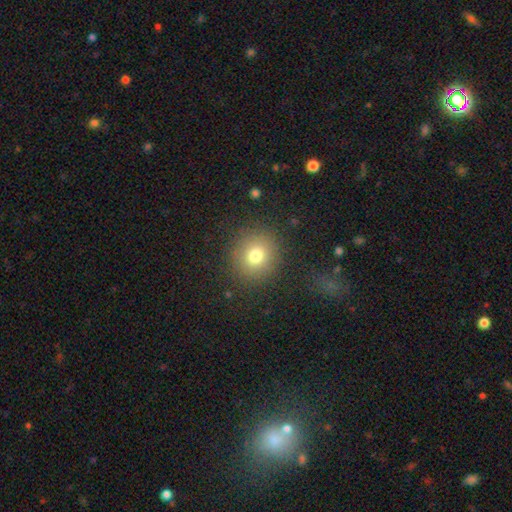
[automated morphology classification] This appears to be a smooth galaxy with no disk features (75%) that is round (90%). Merging: none (87%).